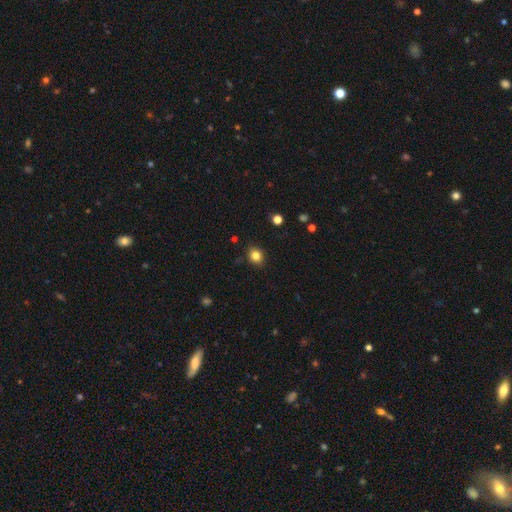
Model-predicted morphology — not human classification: Smooth or featured? smooth (83%)
How rounded? round (71%)
Merging? none (88%)